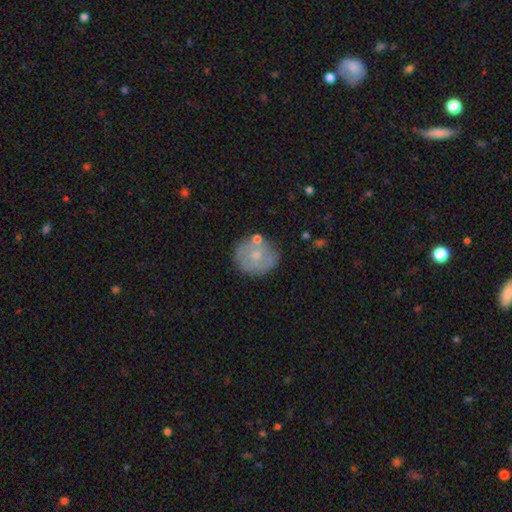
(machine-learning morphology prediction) A smooth galaxy with no disk features (54%) that is round (85%).

Vote fractions:
- Smooth or featured? smooth: 54% / featured or disk: 39% / star or artifact: 8%
- How rounded? round: 85% / in between: 14% / cigar-shaped: 1%
- Merging? none: 69% / minor disturbance: 18% / merger: 8% / major disturbance: 5%